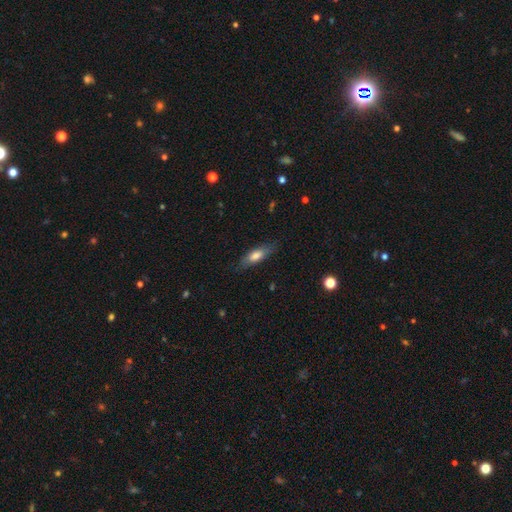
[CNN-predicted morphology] smooth_or_featured: smooth (p=0.70) [alt: featured or disk p=0.24]
how_rounded: in between (p=0.56) [alt: cigar-shaped p=0.42]
merging: none (p=0.79) [alt: minor disturbance p=0.15]